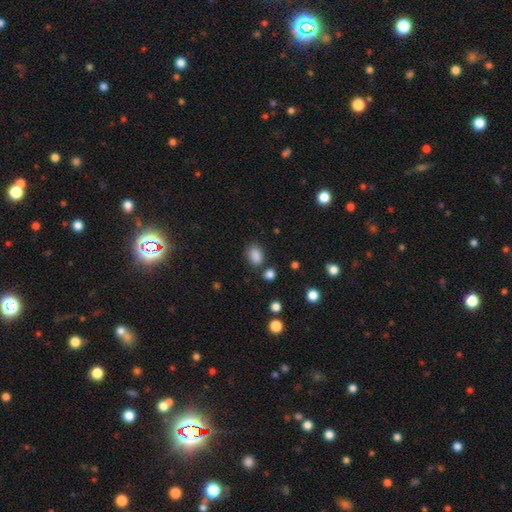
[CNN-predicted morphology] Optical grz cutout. It shows a smooth galaxy with no disk features (85%) that is in between round and cigar-shaped (73%). Merging: none (75%).